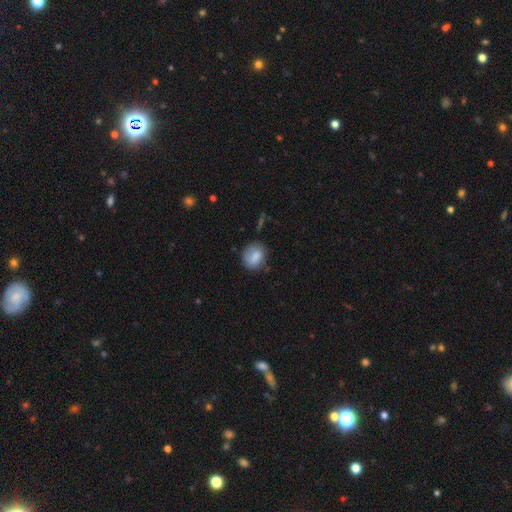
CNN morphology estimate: smooth-or-featured: smooth: 81% | featured or disk: 11% | star or artifact: 8%
  how-rounded: round: 59% | in between: 40% | cigar-shaped: 1%
  merging: none: 68% | minor disturbance: 23% | major disturbance: 6% | merger: 2%